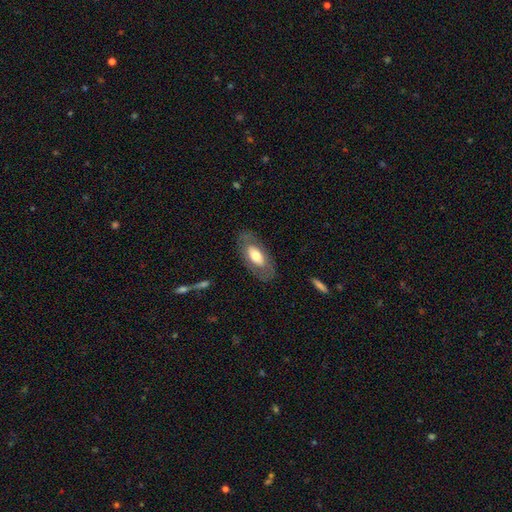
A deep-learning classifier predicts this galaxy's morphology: This is possibly a smooth galaxy (57%). How rounded: clearly in between (90%). Merging: likely none (80%).